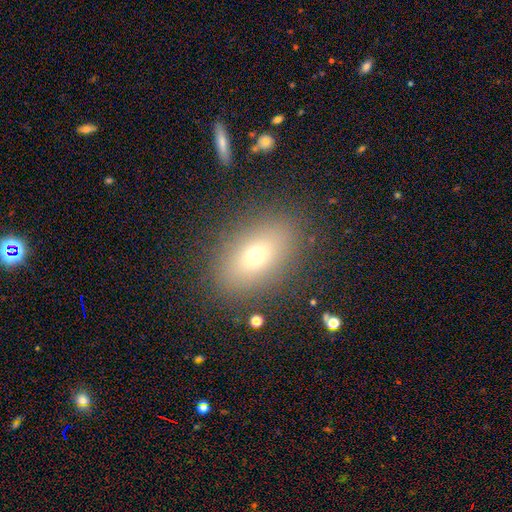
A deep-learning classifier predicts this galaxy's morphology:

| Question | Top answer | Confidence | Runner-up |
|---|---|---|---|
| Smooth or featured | smooth | 66% | featured or disk (19%) |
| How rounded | in between | 78% | round (18%) |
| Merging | none | 85% | minor disturbance (9%) |